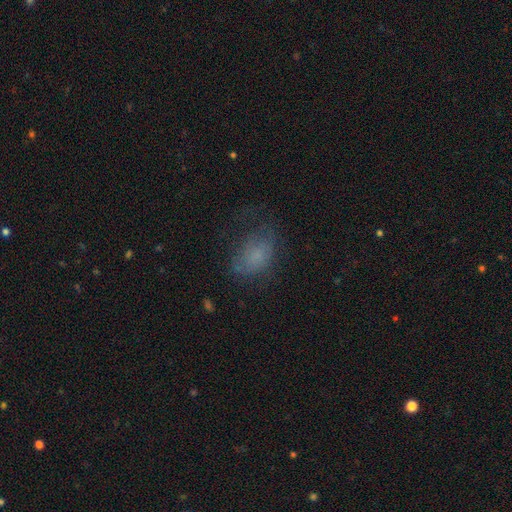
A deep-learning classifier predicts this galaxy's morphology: Smooth or featured: smooth — 64% (featured or disk — 21%)
How rounded: in between — 80% (round — 19%)
Merging: none — 46% (major disturbance — 26%)